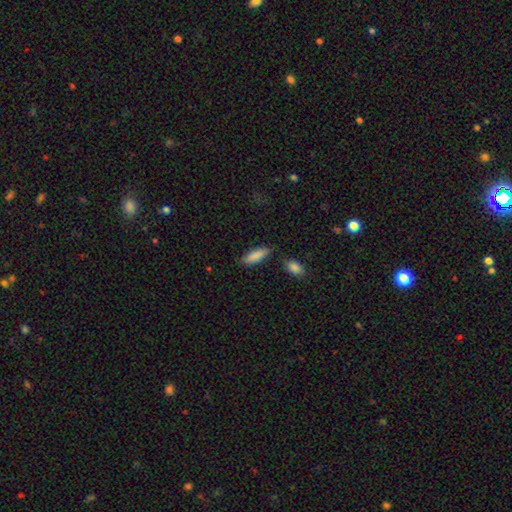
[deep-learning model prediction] This appears to be a smooth galaxy with no disk features (86%) that is in between round and cigar-shaped (53%). Merging: none (79%).